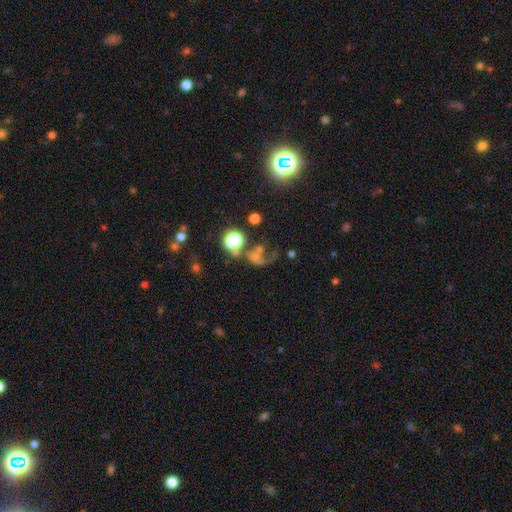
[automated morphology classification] Overall: star or artifact (39%; featured or disk 32%).